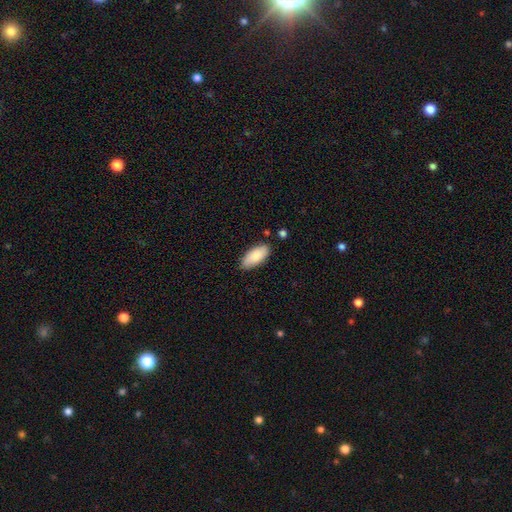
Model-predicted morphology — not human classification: type=smooth (86%); roundness=in between (89%); merging=none (82%).